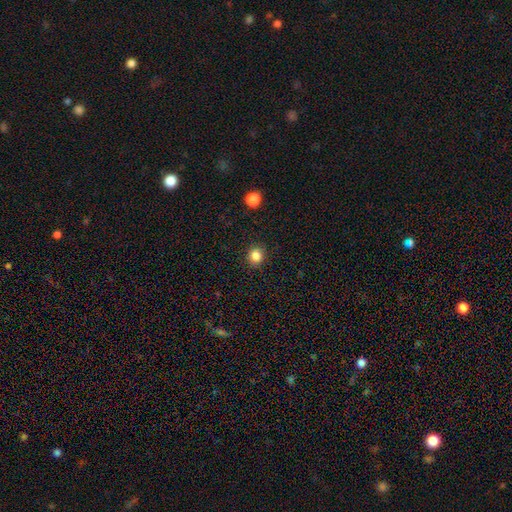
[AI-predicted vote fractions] Smooth or featured? smooth (84%)
How rounded? round (83%)
Merging? none (91%)